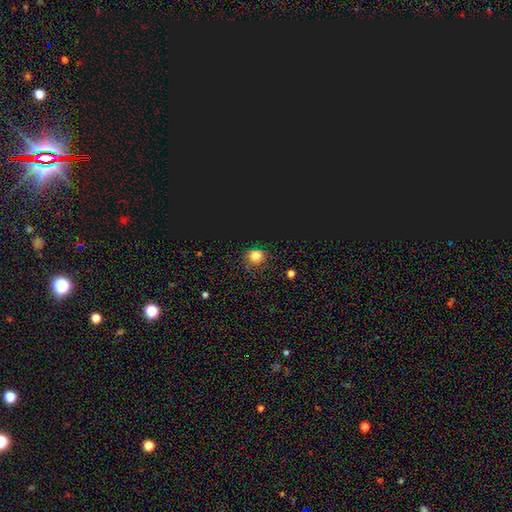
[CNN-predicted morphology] type=smooth (66%); roundness=round (87%); merging=none (82%).